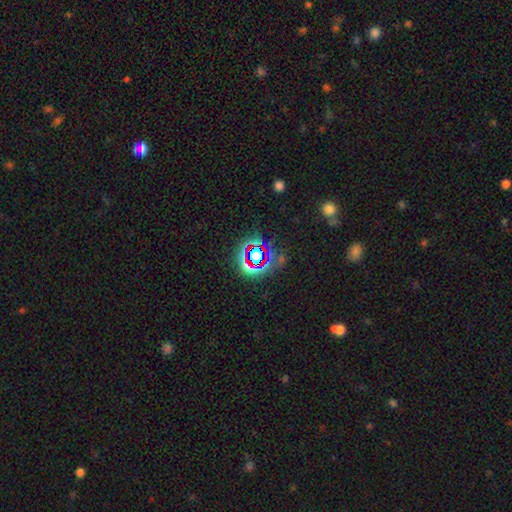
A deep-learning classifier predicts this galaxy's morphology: This is likely a star or artifact rather than a galaxy (69%).